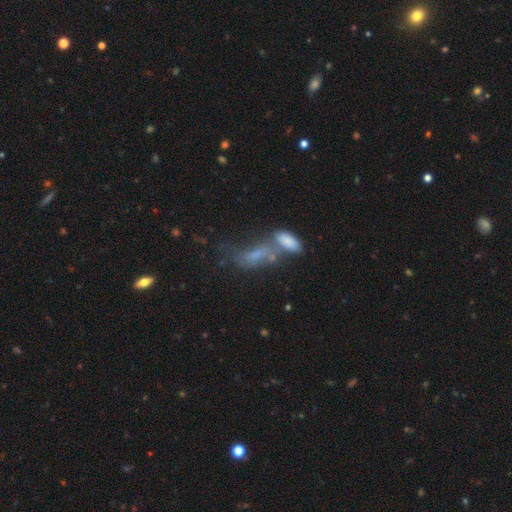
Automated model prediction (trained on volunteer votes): Smooth or featured?
  - smooth: 54% *
  - featured or disk: 31%
  - star or artifact: 15%
How rounded?
  - in between: 69% *
  - cigar-shaped: 26%
  - round: 5%
Merging?
  - merger: 60% *
  - none: 19%
  - major disturbance: 11%
  - minor disturbance: 10%